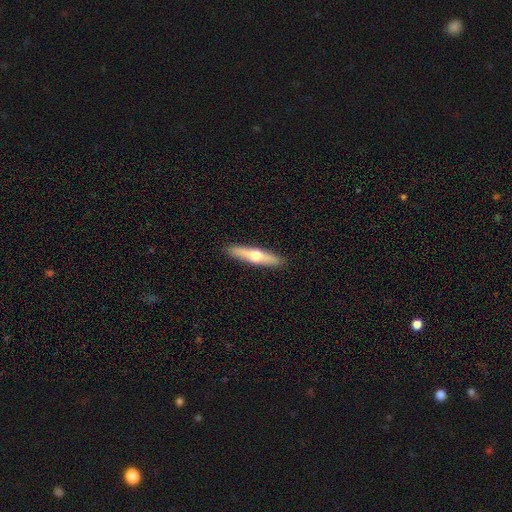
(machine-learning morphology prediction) Smooth or featured? Predicted: featured or disk (p=0.50). Merging? Predicted: none (p=0.91).